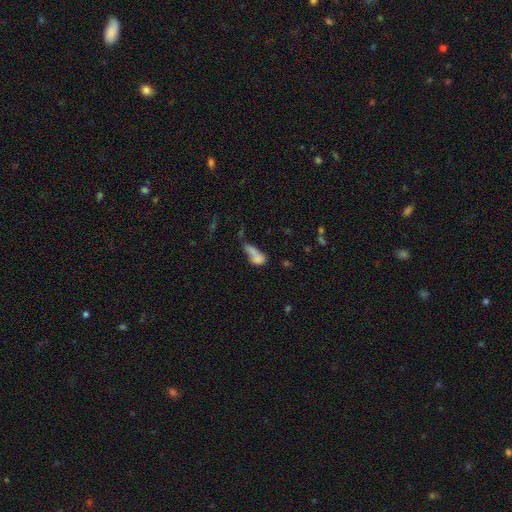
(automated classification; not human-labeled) smooth_or_featured: smooth (p=0.70) [alt: featured or disk p=0.18]
how_rounded: in between (p=0.72) [alt: cigar-shaped p=0.14]
merging: merger (p=0.49) [alt: none p=0.21]